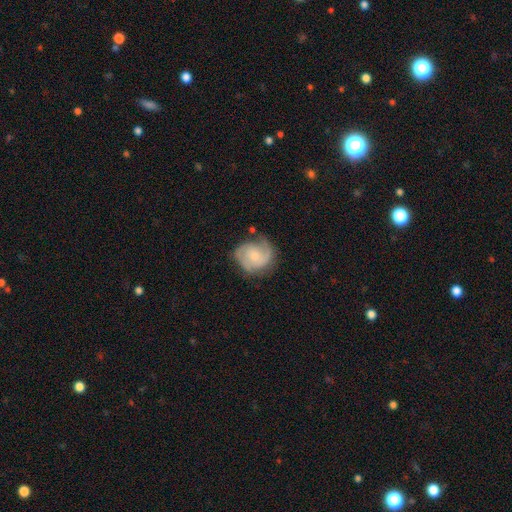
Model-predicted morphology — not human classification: smooth-or-featured: featured or disk: 72% | smooth: 22% | star or artifact: 6%
  disk-edge-on: no: 98% | yes: 2%
    bar: no: 64% | weak: 31% | strong: 5%
    has-spiral-arms: yes: 93% | no: 7%
      spiral-winding: medium: 46% | tight: 35% | loose: 19%
      spiral-arm-count: 2: 64% | can't tell: 12% | 1: 11% | 3: 9% | 4: 2% | more than 4: 2%
    bulge-size: small: 58% | moderate: 34% | none: 5% | large: 2% | dominant: 1%
  merging: none: 64% | minor disturbance: 23% | major disturbance: 11% | merger: 3%